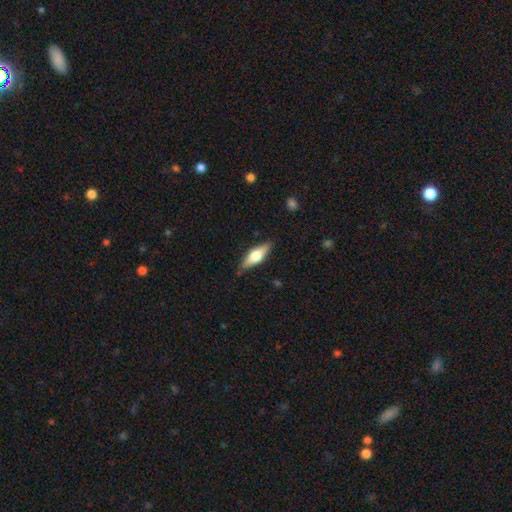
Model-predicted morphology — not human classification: Q: Smooth or featured?
A: featured or disk (48%); runner-up: smooth (46%)
Q: Merging?
A: none (84%); runner-up: minor disturbance (12%)